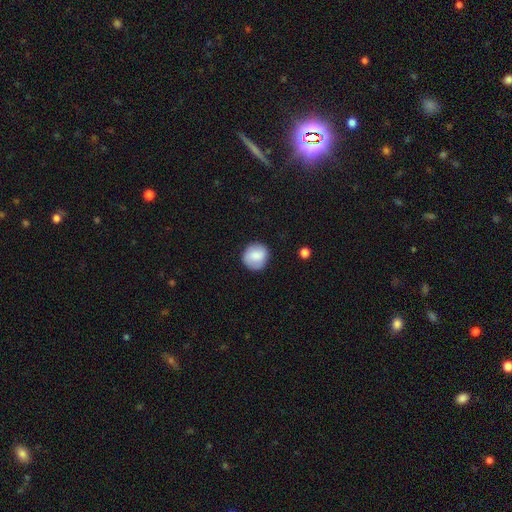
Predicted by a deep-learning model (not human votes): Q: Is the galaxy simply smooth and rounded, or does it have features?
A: smooth — 82%.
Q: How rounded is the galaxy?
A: round — 89%.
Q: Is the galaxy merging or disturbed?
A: none — 84%.